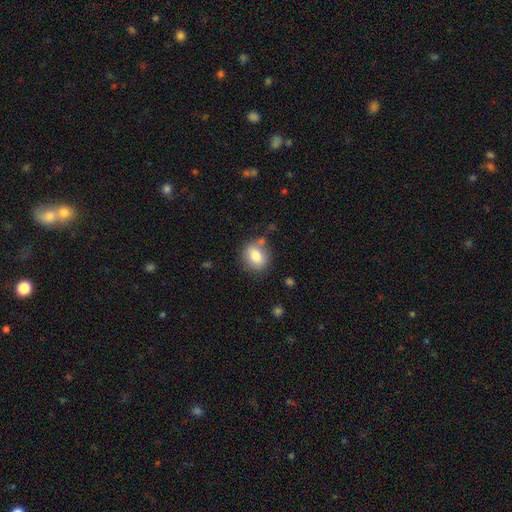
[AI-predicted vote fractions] A smooth galaxy with no disk features (82%) that is round (61%). Merging: none (75%).